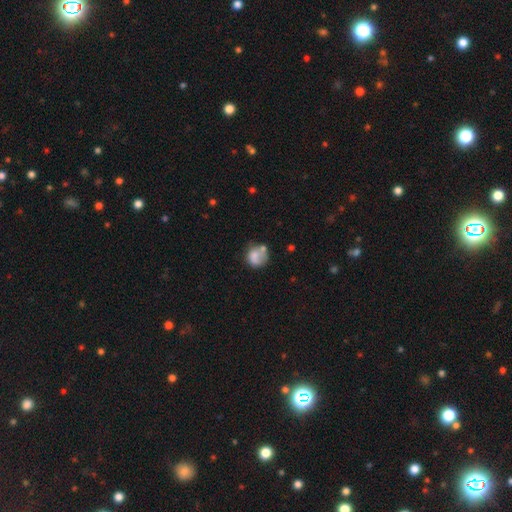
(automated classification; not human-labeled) A smooth galaxy with no disk features (70%) that is round (74%).

Vote fractions:
- Smooth or featured? smooth: 70% / featured or disk: 21% / star or artifact: 9%
- How rounded? round: 74% / in between: 25% / cigar-shaped: 1%
- Merging? none: 41% / minor disturbance: 24% / merger: 21% / major disturbance: 15%